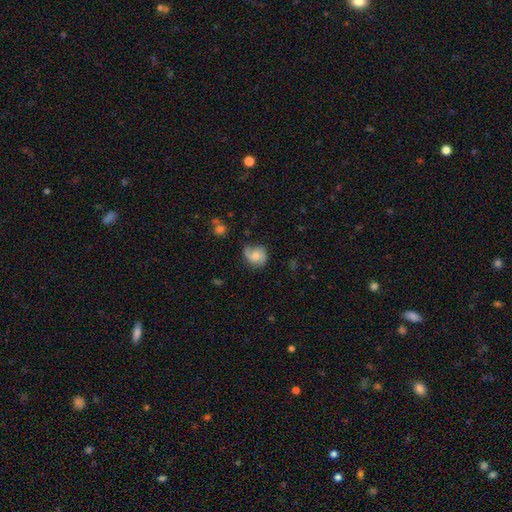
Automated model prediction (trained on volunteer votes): The model was most divided on "smooth or featured": smooth: 48%, featured or disk: 43%, star or artifact: 8%. More confident: merging — none (52%).